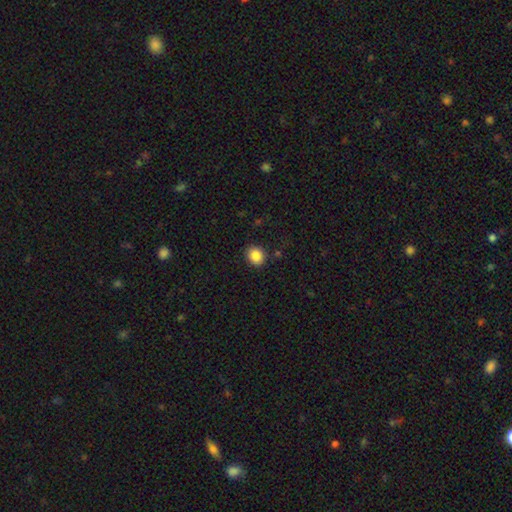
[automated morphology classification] The model was most divided on "how rounded": round: 73%, in between: 26%, cigar-shaped: 1%. More confident: merging — none (88%); smooth or featured — smooth (87%).